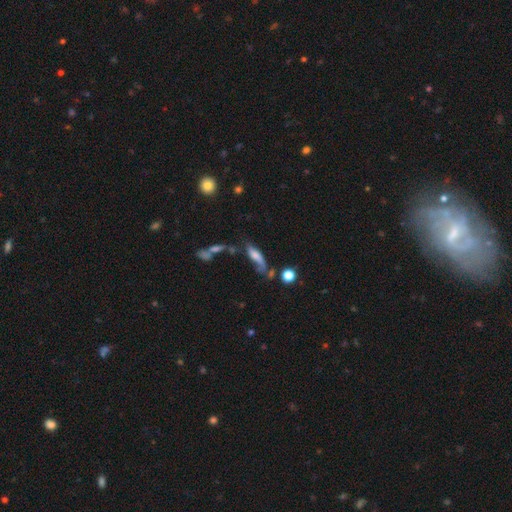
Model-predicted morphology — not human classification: smooth-or-featured: smooth: 58% | featured or disk: 31% | star or artifact: 10%
  how-rounded: cigar-shaped: 49% | in between: 47% | round: 4%
  merging: none: 37% | minor disturbance: 25% | major disturbance: 22% | merger: 16%